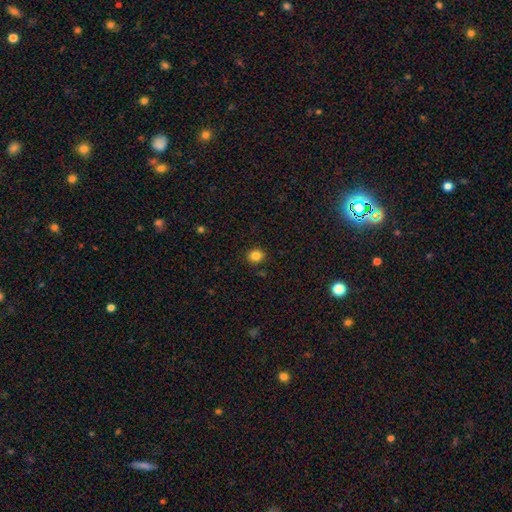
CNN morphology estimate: A smooth galaxy with no disk features (83%) that is round (83%).

Vote fractions:
- Smooth or featured? smooth: 83% / star or artifact: 12% / featured or disk: 5%
- How rounded? round: 83% / in between: 16% / cigar-shaped: 1%
- Merging? none: 88% / minor disturbance: 8% / major disturbance: 2% / merger: 1%